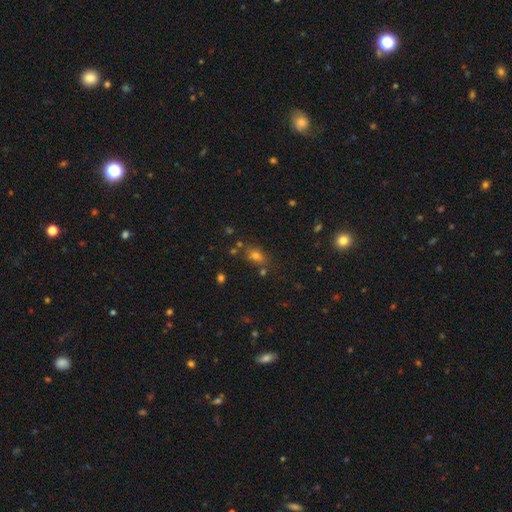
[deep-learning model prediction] Q: Smooth or featured?
A: smooth (66%); runner-up: star or artifact (24%)
Q: How rounded?
A: in between (61%); runner-up: round (36%)
Q: Merging?
A: none (70%); runner-up: minor disturbance (14%)